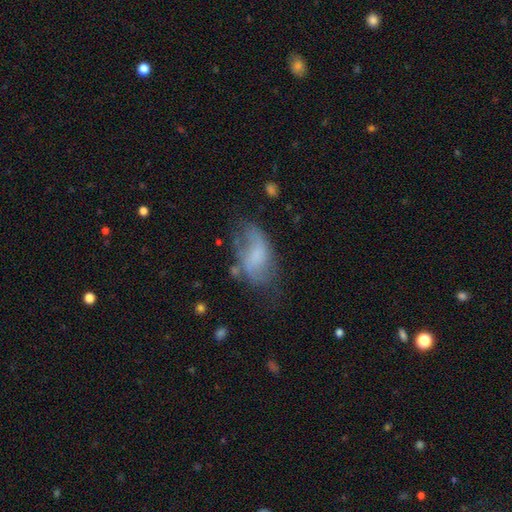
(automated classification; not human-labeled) Smooth or featured? smooth (47%)
Merging? none (45%)